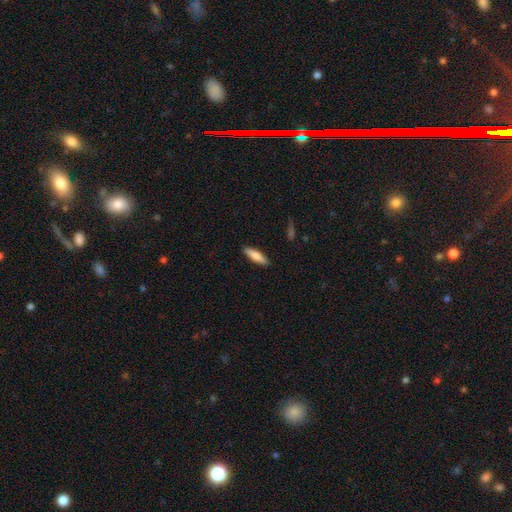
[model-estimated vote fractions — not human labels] A smooth galaxy with no disk features (78%) that is cigar-shaped (66%).

Vote fractions:
- Smooth or featured? smooth: 78% / featured or disk: 16% / star or artifact: 6%
- How rounded? cigar-shaped: 66% / in between: 33% / round: 2%
- Merging? none: 89% / minor disturbance: 8% / major disturbance: 2% / merger: 1%